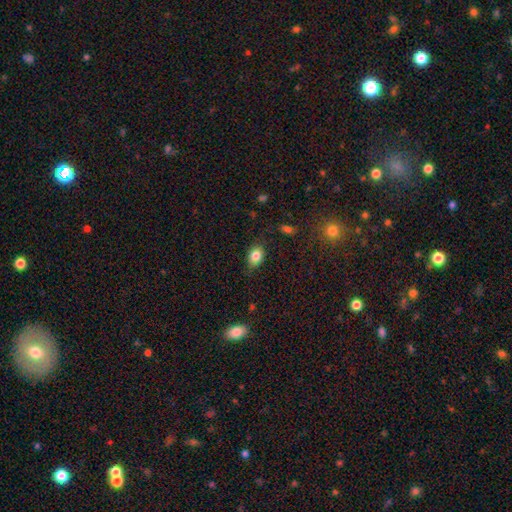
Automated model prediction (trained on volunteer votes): Morphology: type=smooth (82%); roundness=in between (77%); merging=none (78%).